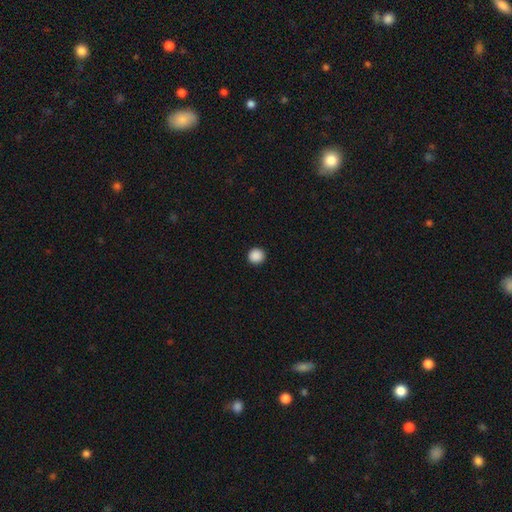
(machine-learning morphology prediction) A smooth galaxy with no disk features (89%) that is round (95%). Merging: none (94%).